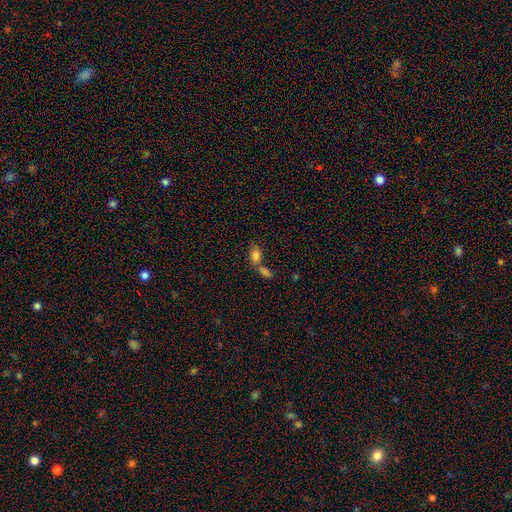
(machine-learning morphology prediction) Smooth or featured?
  - smooth: 80% *
  - star or artifact: 10%
  - featured or disk: 10%
How rounded?
  - in between: 87% *
  - round: 9%
  - cigar-shaped: 4%
Merging?
  - merger: 50% *
  - none: 35%
  - minor disturbance: 10%
  - major disturbance: 5%